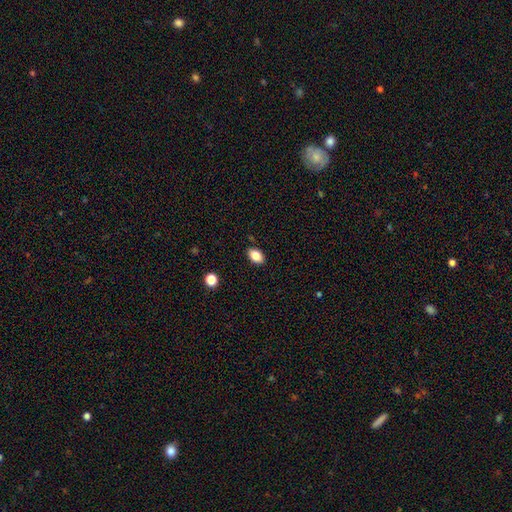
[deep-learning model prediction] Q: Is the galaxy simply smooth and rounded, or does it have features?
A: smooth — 84%.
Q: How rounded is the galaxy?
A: in between — 87%.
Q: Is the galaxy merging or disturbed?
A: none — 88%.